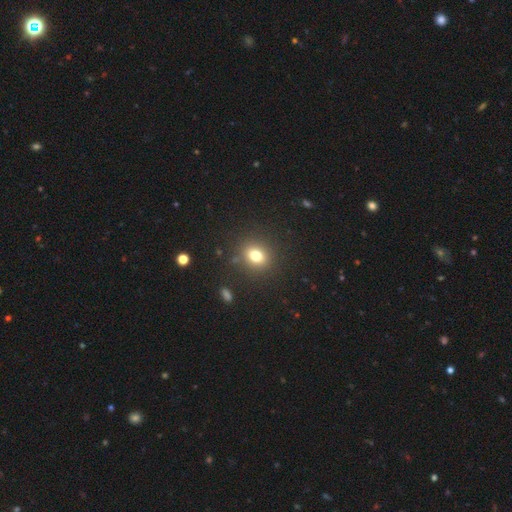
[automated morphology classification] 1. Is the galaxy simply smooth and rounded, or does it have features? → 77% smooth, 14% star or artifact, 9% featured or disk.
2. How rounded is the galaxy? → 69% round, 30% in between, 1% cigar-shaped.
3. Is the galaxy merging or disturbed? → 87% none, 8% minor disturbance, 3% major disturbance, 2% merger.